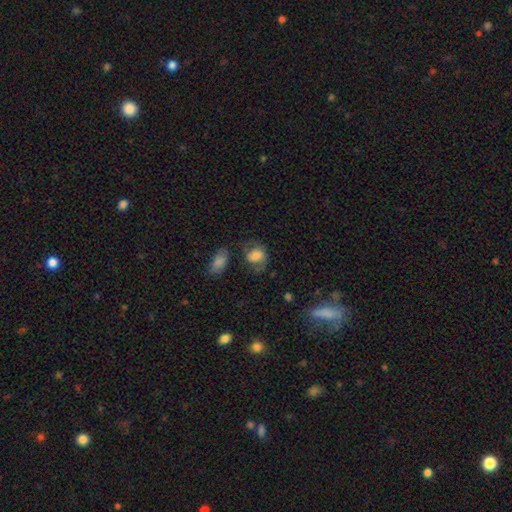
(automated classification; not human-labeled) smooth-or-featured: smooth: 68% | featured or disk: 23% | star or artifact: 9%
  how-rounded: in between: 61% | round: 38% | cigar-shaped: 1%
  merging: none: 49% | minor disturbance: 25% | major disturbance: 18% | merger: 7%